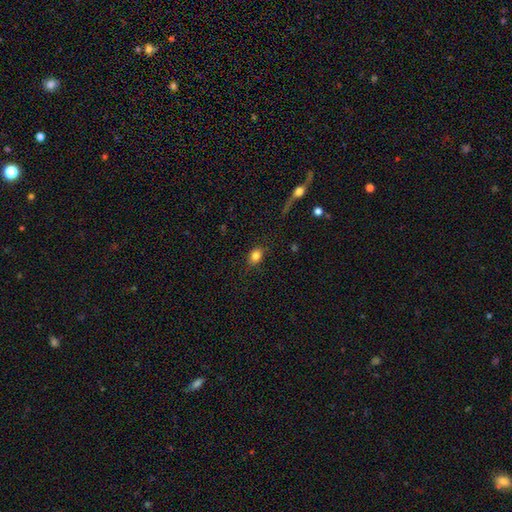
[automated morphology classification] Smooth or featured? Predicted: smooth (p=0.84). How rounded? Predicted: in between (p=0.66). Merging? Predicted: none (p=0.83).